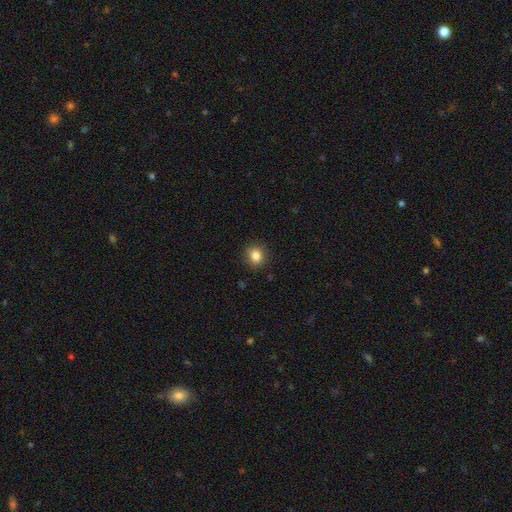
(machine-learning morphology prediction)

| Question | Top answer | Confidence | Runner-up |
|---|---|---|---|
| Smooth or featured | smooth | 84% | star or artifact (11%) |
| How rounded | round | 76% | in between (23%) |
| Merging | none | 89% | minor disturbance (8%) |